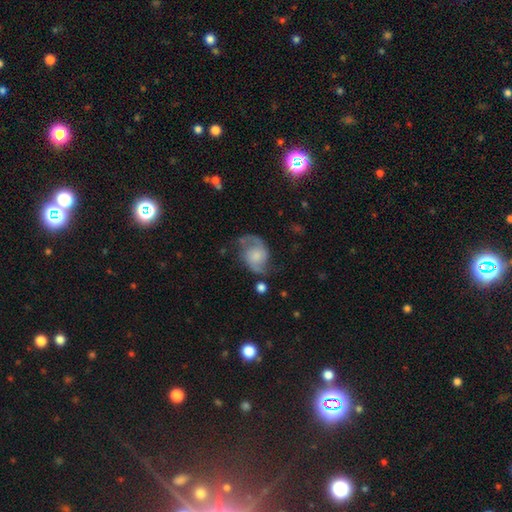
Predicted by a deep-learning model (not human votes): Smooth or featured? featured or disk (77%)
Edge-on disk? no (98%)
Bar? no (67%)
Spiral arms? yes (93%)
Spiral winding? medium (45%)
Spiral arm count? 2 (90%)
Bulge size? moderate (28%)
Merging? none (60%)